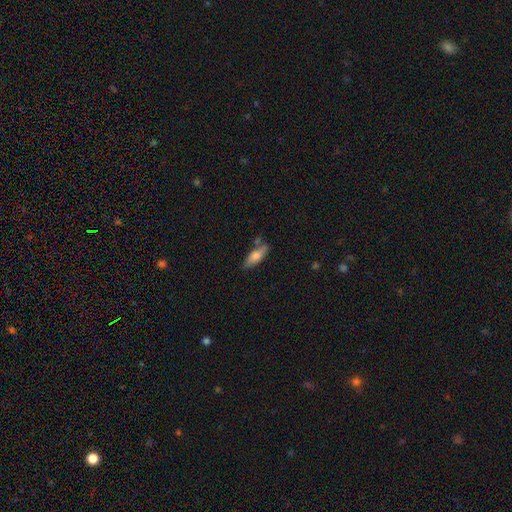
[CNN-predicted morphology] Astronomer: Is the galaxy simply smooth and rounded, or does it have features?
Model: smooth — 69%.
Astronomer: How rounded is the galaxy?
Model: in between — 63%.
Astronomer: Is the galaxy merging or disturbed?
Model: none — 61%.